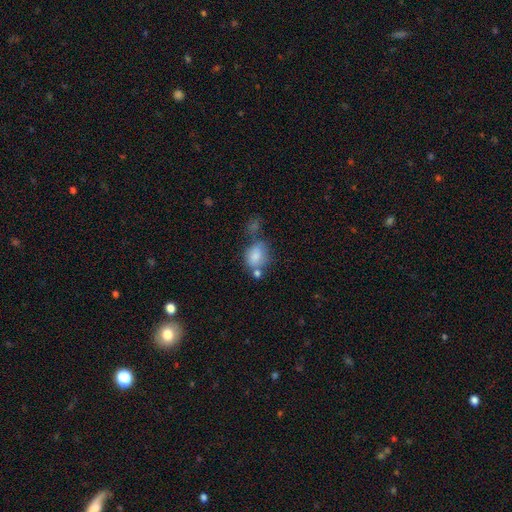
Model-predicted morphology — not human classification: Smooth or featured: smooth — 80% (featured or disk — 10%)
How rounded: in between — 62% (round — 37%)
Merging: none — 41% (merger — 29%)